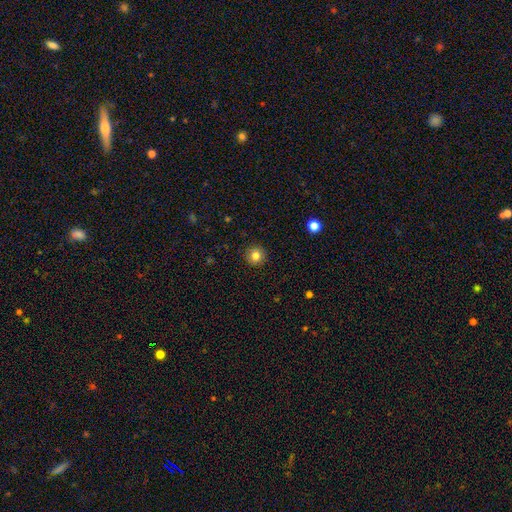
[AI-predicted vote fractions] Smooth or featured: smooth — 82% (star or artifact — 11%)
How rounded: round — 94% (in between — 5%)
Merging: none — 92% (minor disturbance — 5%)